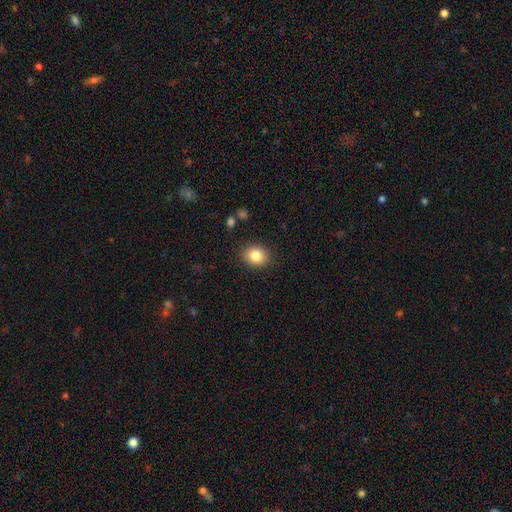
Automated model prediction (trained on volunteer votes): smooth_or_featured: smooth (p=0.83) [alt: star or artifact p=0.10]
how_rounded: round (p=0.60) [alt: in between p=0.40]
merging: none (p=0.87) [alt: minor disturbance p=0.09]